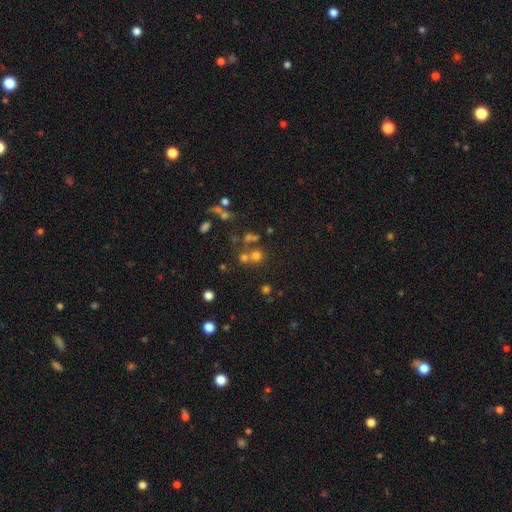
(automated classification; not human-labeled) The model was most divided on "merging": none: 55%, merger: 33%, minor disturbance: 7%, major disturbance: 5%. More confident: how rounded — round (88%); smooth or featured — smooth (62%).